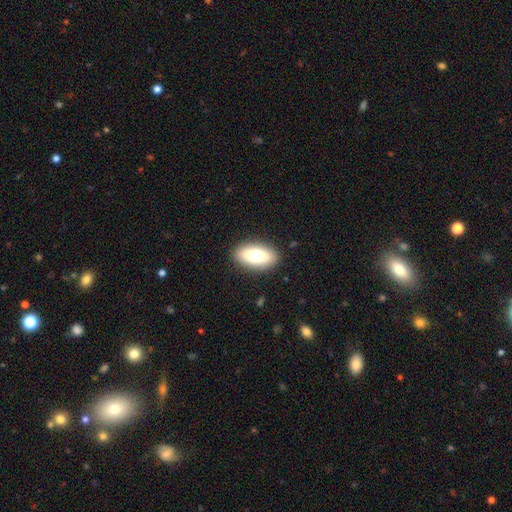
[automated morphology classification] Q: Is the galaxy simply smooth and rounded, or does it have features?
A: smooth — 76%.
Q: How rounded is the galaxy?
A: in between — 89%.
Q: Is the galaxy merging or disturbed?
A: none — 88%.